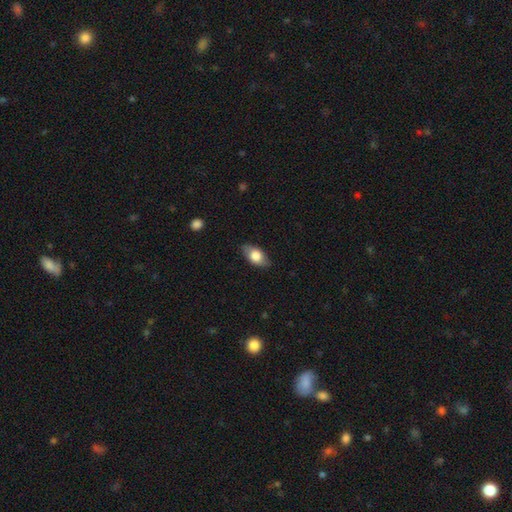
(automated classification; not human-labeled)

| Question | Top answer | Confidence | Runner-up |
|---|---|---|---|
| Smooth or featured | smooth | 72% | featured or disk (21%) |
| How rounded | in between | 90% | round (7%) |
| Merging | none | 82% | minor disturbance (14%) |